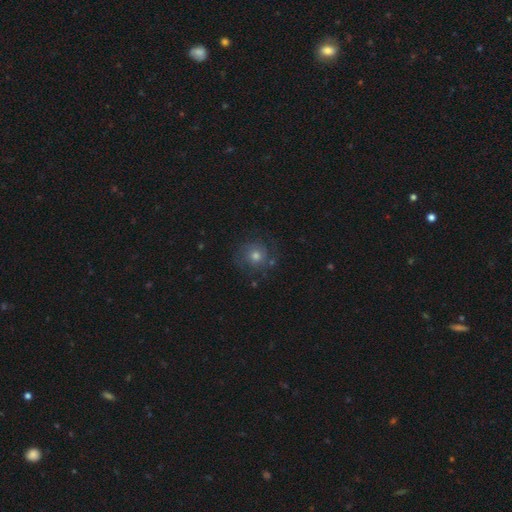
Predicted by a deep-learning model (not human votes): This appears to be a smooth galaxy with no disk features (43%). Merging: none (77%).